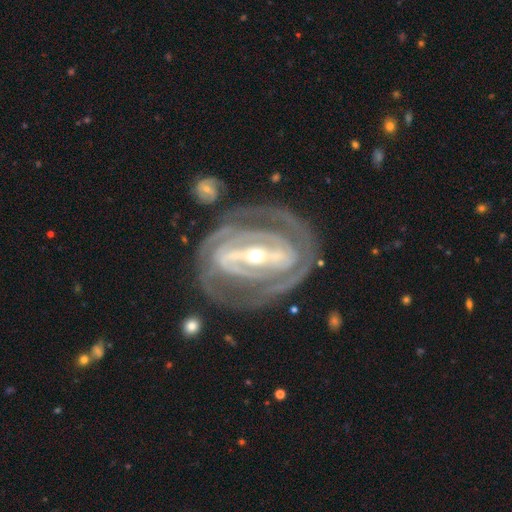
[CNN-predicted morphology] smooth_or_featured: featured or disk (p=0.90) [alt: smooth p=0.05]
disk_edge_on: no (p=0.94) [alt: yes p=0.06]
bar: strong (p=0.79) [alt: weak p=0.14]
has_spiral_arms: yes (p=0.90) [alt: no p=0.10]
spiral_winding: tight (p=0.71) [alt: medium p=0.24]
spiral_arm_count: 2 (p=0.56) [alt: can't tell p=0.19]
bulge_size: small (p=0.64) [alt: moderate p=0.32]
merging: none (p=0.71) [alt: minor disturbance p=0.15]